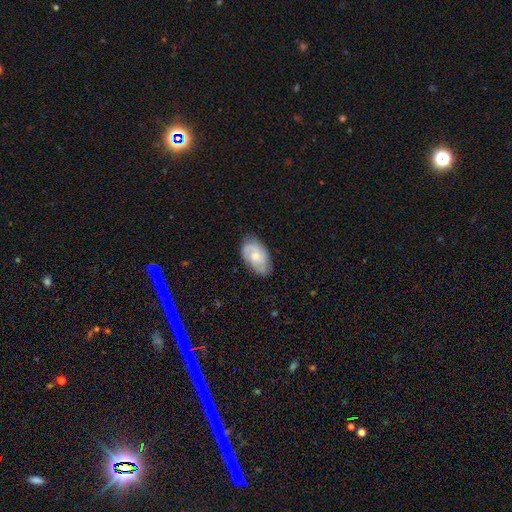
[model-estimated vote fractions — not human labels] smooth_or_featured: featured or disk (p=0.53) [alt: smooth p=0.40]
disk_edge_on: no (p=0.95) [alt: yes p=0.05]
bar: no (p=0.71) [alt: weak p=0.25]
has_spiral_arms: yes (p=0.85) [alt: no p=0.15]
bulge_size: moderate (p=0.49) [alt: small p=0.44]
merging: none (p=0.75) [alt: minor disturbance p=0.19]